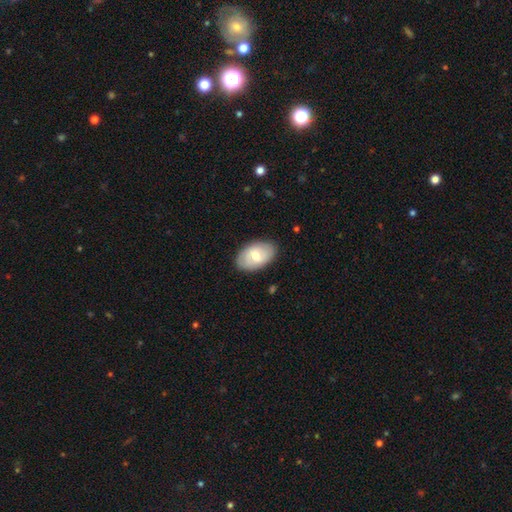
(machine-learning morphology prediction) This is likely a smooth galaxy (63%). How rounded: clearly in between (91%). Merging: clearly none (83%).